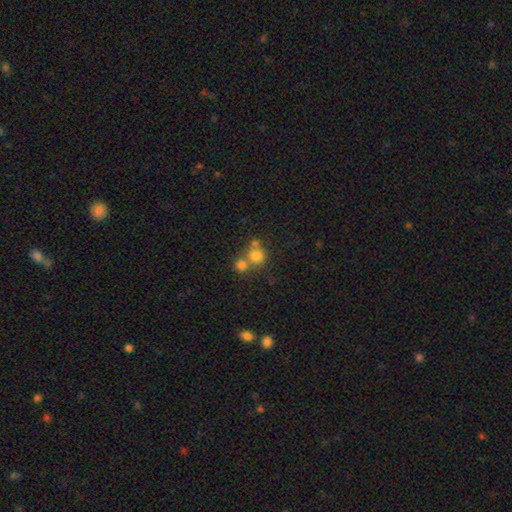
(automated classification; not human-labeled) Smooth or featured? Predicted: smooth (p=0.76). How rounded? Predicted: round (p=0.89). Merging? Predicted: none (p=0.48).